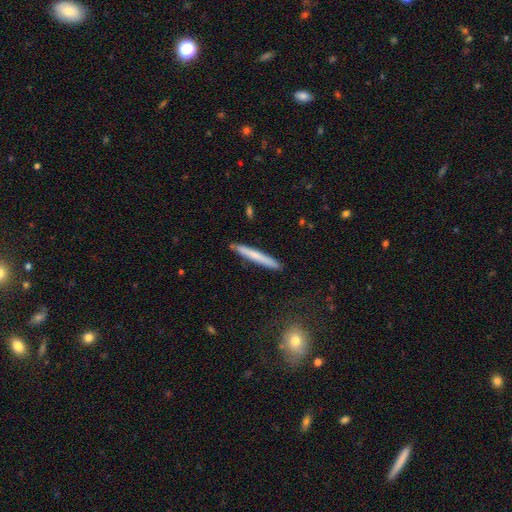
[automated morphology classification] A smooth galaxy with no disk features (64%) that is cigar-shaped (96%). Merging: none (88%).